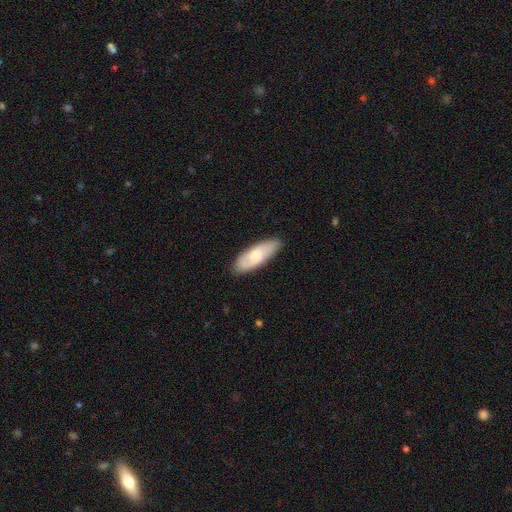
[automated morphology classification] A smooth galaxy with no disk features (63%) that is in between round and cigar-shaped (69%).

Vote fractions:
- Smooth or featured? smooth: 63% / featured or disk: 32% / star or artifact: 5%
- How rounded? in between: 69% / cigar-shaped: 29% / round: 2%
- Merging? none: 83% / minor disturbance: 13% / major disturbance: 2% / merger: 1%